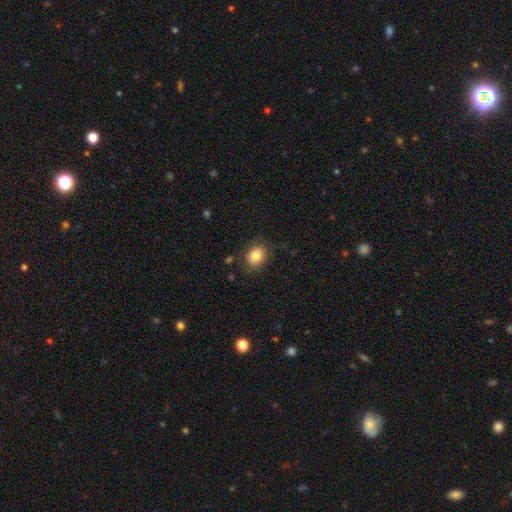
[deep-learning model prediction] Morphology: type=smooth (84%); roundness=in between (61%); merging=none (81%).